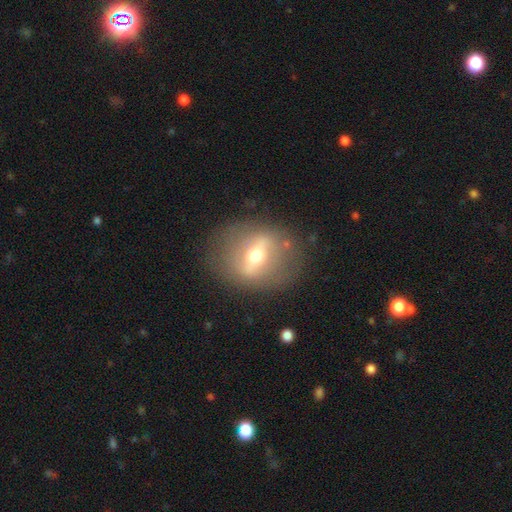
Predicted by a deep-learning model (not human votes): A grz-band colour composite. It shows a featured or disk galaxy (67%). Merging: none (80%).